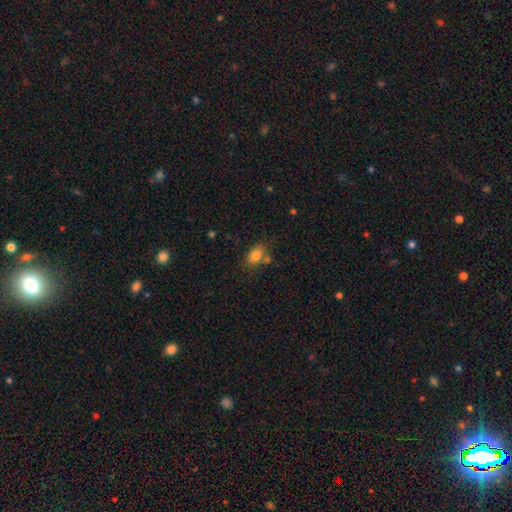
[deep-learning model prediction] The model was most divided on "merging": none: 66%, minor disturbance: 15%, merger: 14%, major disturbance: 4%. More confident: how rounded — in between (82%); smooth or featured — smooth (82%).